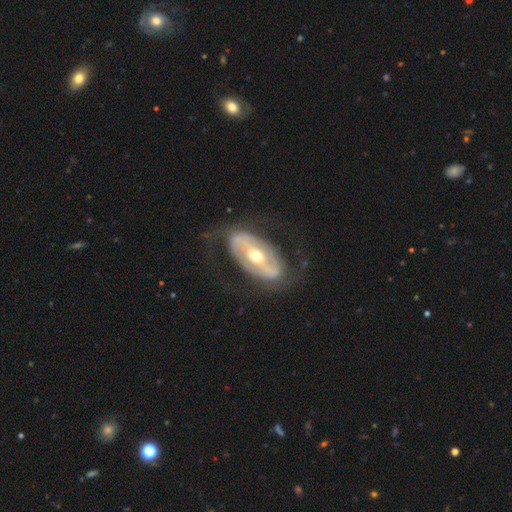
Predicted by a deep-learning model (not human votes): This appears to be a featured or disk galaxy (79%) with a strong bar (42%), spiral arms (62%) and a moderate central bulge (64%). Merging: none (69%).